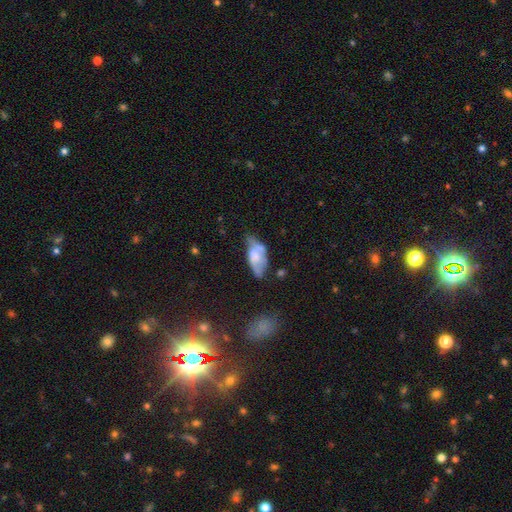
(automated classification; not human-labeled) A smooth galaxy with no disk features (52%) that is in between round and cigar-shaped (88%).

Vote fractions:
- Smooth or featured? smooth: 52% / featured or disk: 40% / star or artifact: 8%
- How rounded? in between: 88% / cigar-shaped: 9% / round: 3%
- Merging? minor disturbance: 37% / none: 33% / major disturbance: 21% / merger: 9%